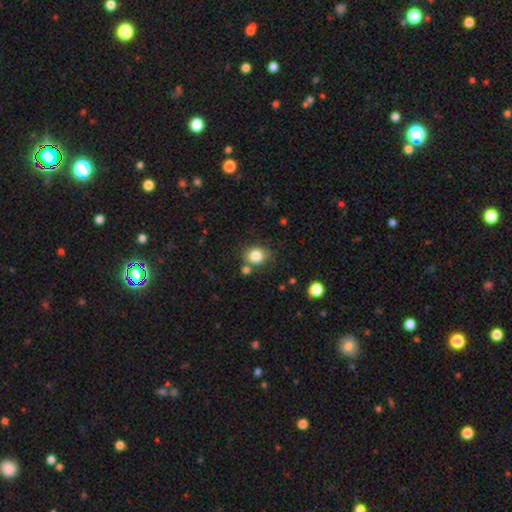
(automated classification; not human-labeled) This is clearly a smooth galaxy (84%). How rounded: likely round (74%). Merging: likely none (71%).